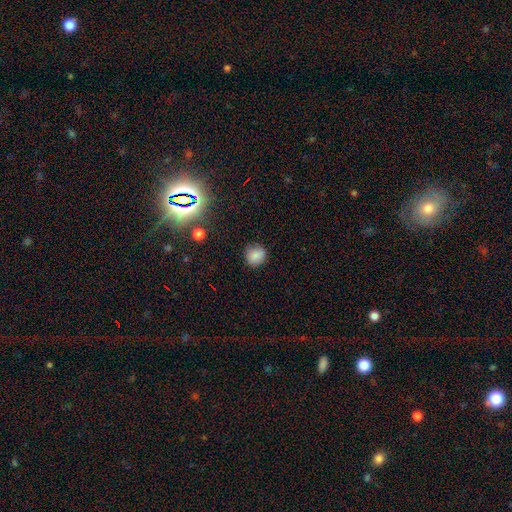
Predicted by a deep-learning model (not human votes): The model was most divided on "smooth or featured": smooth: 83%, star or artifact: 12%, featured or disk: 5%. More confident: how rounded — round (85%); merging — none (84%).